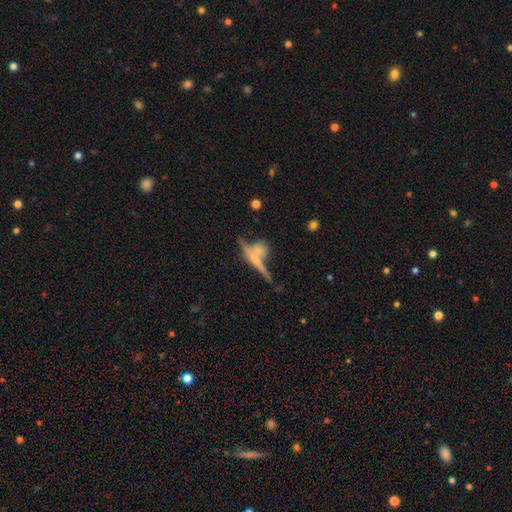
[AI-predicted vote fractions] Smooth or featured? Predicted: featured or disk (p=0.49). Merging? Predicted: none (p=0.48).